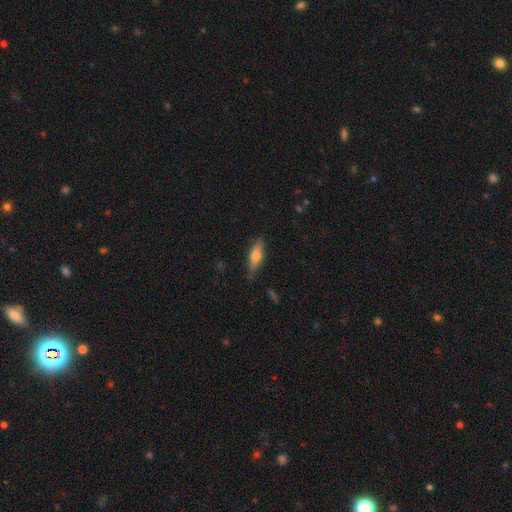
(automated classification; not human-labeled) Smooth or featured?
  - smooth: 65% *
  - featured or disk: 28%
  - star or artifact: 7%
How rounded?
  - in between: 52% *
  - cigar-shaped: 46%
  - round: 3%
Merging?
  - none: 79% *
  - minor disturbance: 16%
  - major disturbance: 3%
  - merger: 1%